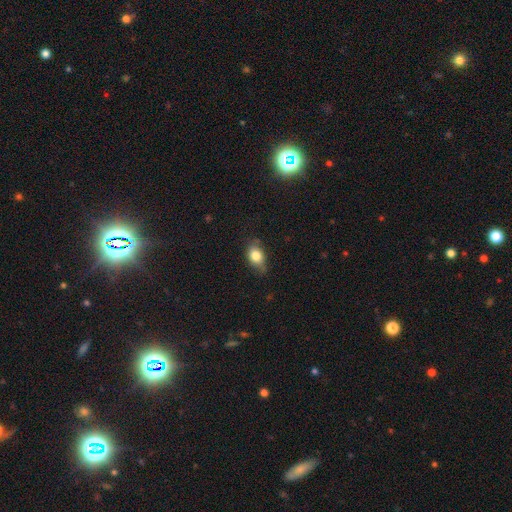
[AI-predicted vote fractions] Smooth or featured? smooth (80%)
How rounded? in between (75%)
Merging? none (63%)